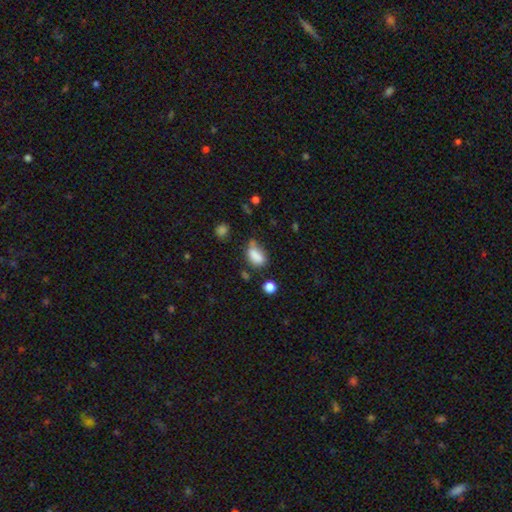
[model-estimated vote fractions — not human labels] Smooth or featured?
  - smooth: 81% *
  - star or artifact: 11%
  - featured or disk: 8%
How rounded?
  - in between: 84% *
  - round: 12%
  - cigar-shaped: 4%
Merging?
  - none: 42% *
  - minor disturbance: 32%
  - major disturbance: 14%
  - merger: 12%